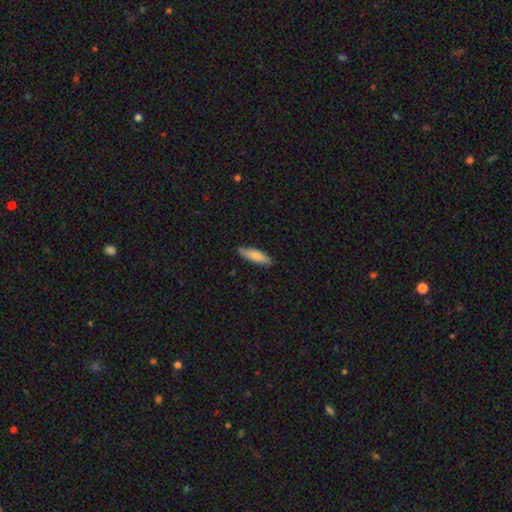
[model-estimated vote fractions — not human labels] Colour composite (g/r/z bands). It shows a smooth galaxy with no disk features (80%) that is cigar-shaped (58%). Merging: none (86%).